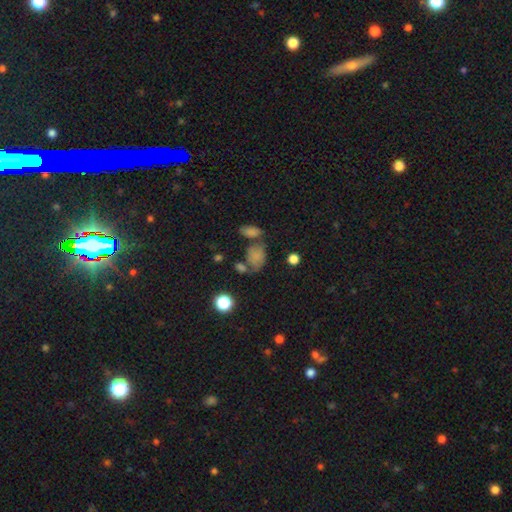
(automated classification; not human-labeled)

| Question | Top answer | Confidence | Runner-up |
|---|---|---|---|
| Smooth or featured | smooth | 70% | star or artifact (16%) |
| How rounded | in between | 67% | round (31%) |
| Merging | none | 41% | merger (27%) |